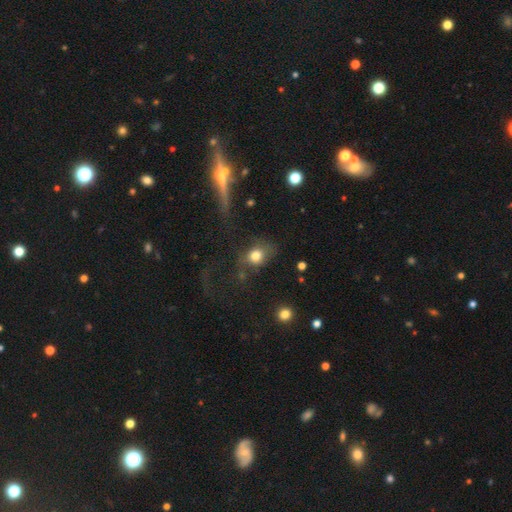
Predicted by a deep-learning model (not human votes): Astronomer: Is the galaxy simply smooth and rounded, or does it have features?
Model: smooth — 73%.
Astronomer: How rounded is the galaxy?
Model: round — 58% (runner-up: in between, 40%).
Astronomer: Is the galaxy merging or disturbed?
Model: none — 44% (runner-up: major disturbance, 30%).